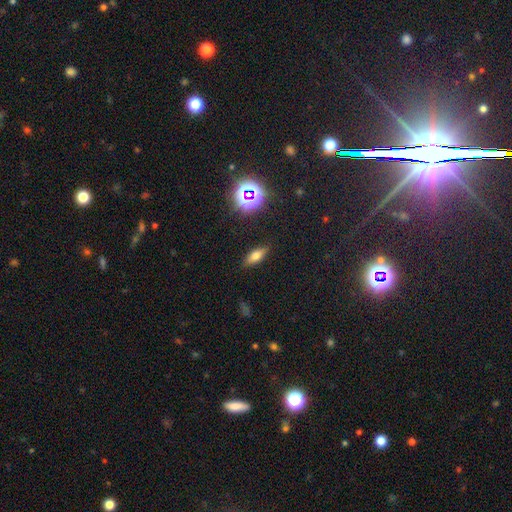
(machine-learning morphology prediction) Smooth or featured?
  - smooth: 64% *
  - featured or disk: 21%
  - star or artifact: 15%
How rounded?
  - in between: 67% *
  - cigar-shaped: 28%
  - round: 5%
Merging?
  - none: 86% *
  - minor disturbance: 10%
  - major disturbance: 3%
  - merger: 1%